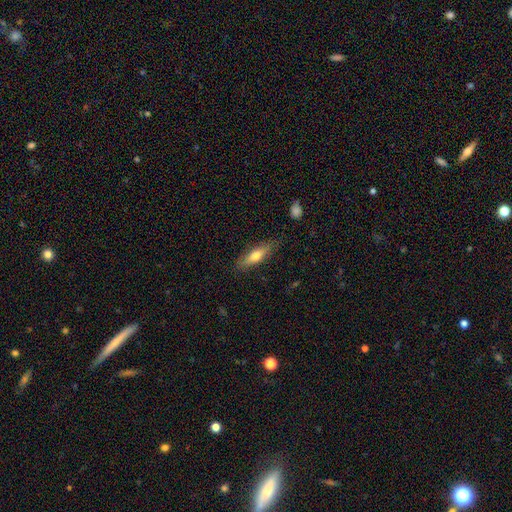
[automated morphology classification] smooth 63%, featured or disk 31%, star or artifact 6%. Down the decision tree: how rounded — cigar-shaped (57%); merging — none (82%).